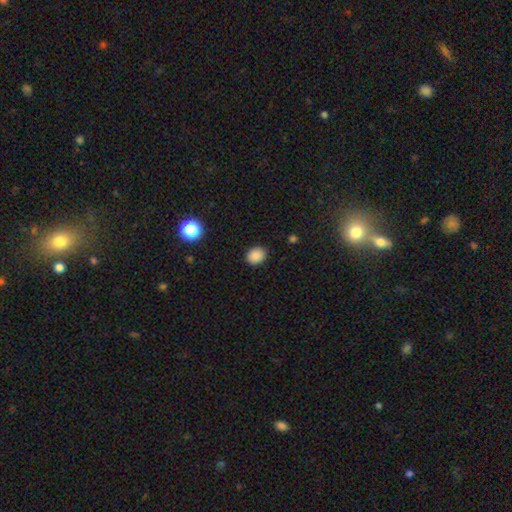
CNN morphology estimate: A smooth galaxy with no disk features (87%) that is round (60%).

Vote fractions:
- Smooth or featured? smooth: 87% / star or artifact: 10% / featured or disk: 3%
- How rounded? round: 60% / in between: 39% / cigar-shaped: 1%
- Merging? none: 88% / minor disturbance: 8% / major disturbance: 2% / merger: 1%